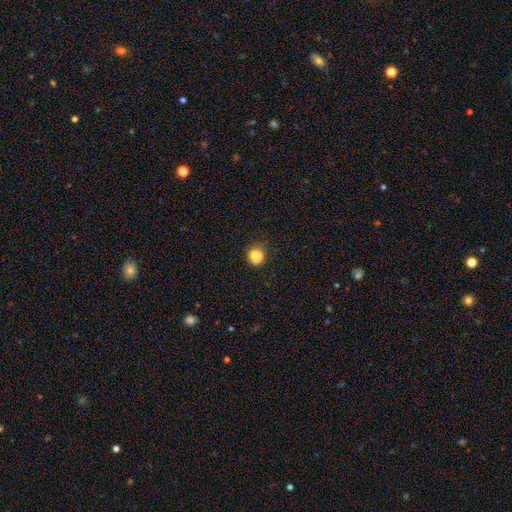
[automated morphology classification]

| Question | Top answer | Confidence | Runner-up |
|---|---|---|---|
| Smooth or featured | smooth | 78% | featured or disk (11%) |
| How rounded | round | 76% | in between (23%) |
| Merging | none | 62% | minor disturbance (25%) |